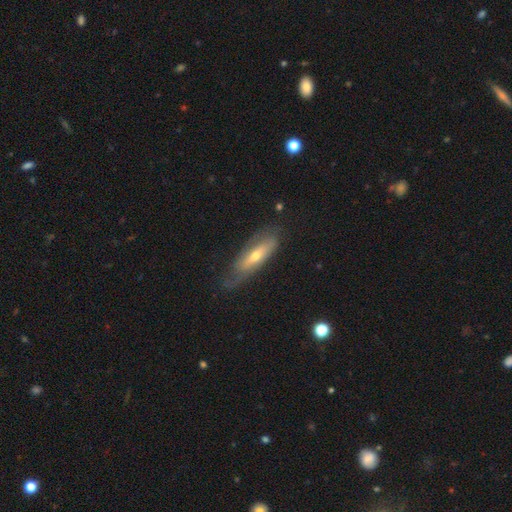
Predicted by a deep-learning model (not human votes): Smooth or featured?
  - featured or disk: 59% *
  - smooth: 34%
  - star or artifact: 7%
Edge-on disk?
  - no: 60% *
  - yes: 40%
Merging?
  - none: 62% *
  - minor disturbance: 25%
  - major disturbance: 11%
  - merger: 2%